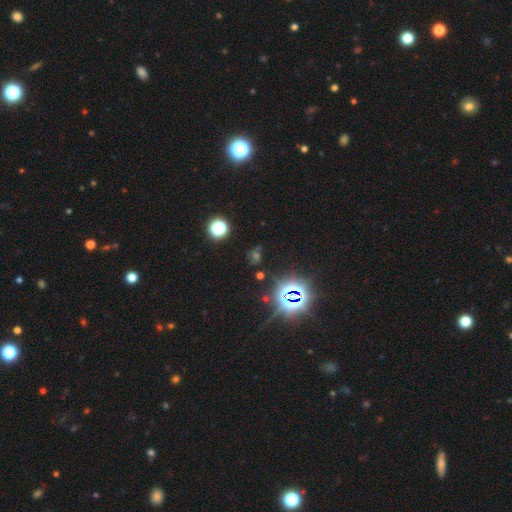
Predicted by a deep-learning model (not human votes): A star or artifact, not a galaxy (65%).

Vote fractions:
- Smooth or featured? star or artifact: 65% / smooth: 25% / featured or disk: 10%